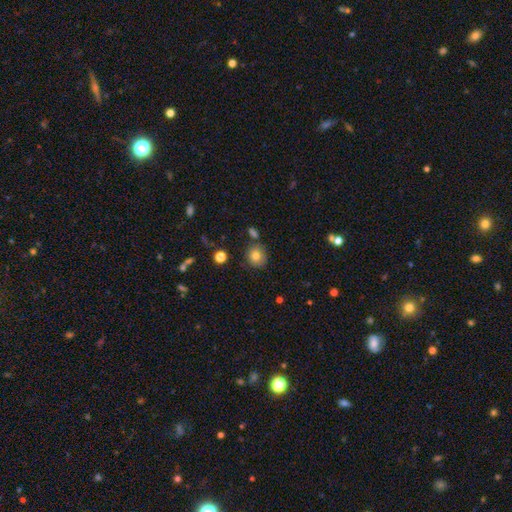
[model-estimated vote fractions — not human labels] The model was most divided on "merging": none: 78%, minor disturbance: 12%, merger: 7%, major disturbance: 3%. More confident: how rounded — round (84%); smooth or featured — smooth (78%).